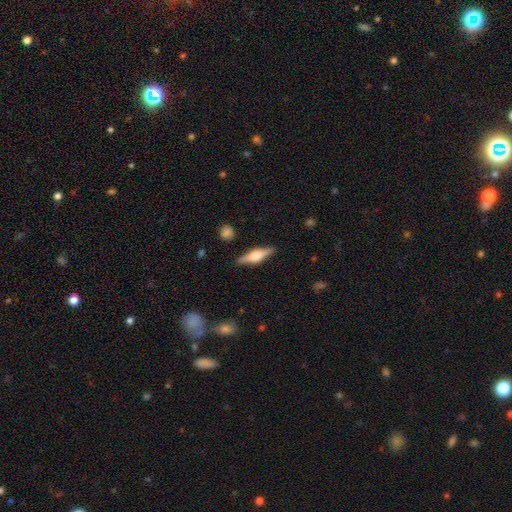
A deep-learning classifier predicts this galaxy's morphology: smooth_or_featured: featured or disk (p=0.61) [alt: smooth p=0.33]
disk_edge_on: yes (p=0.96) [alt: no p=0.04]
edge_on_bulge: rounded (p=0.92) [alt: boxy p=0.06]
merging: none (p=0.89) [alt: minor disturbance p=0.08]